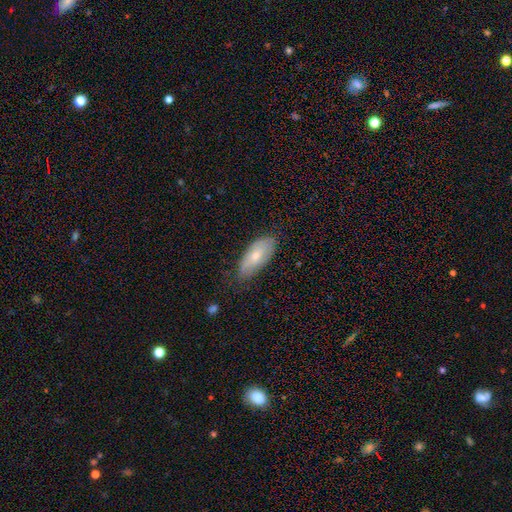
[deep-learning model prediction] This is likely a smooth galaxy (66%). How rounded: clearly in between (86%). Merging: likely none (69%).